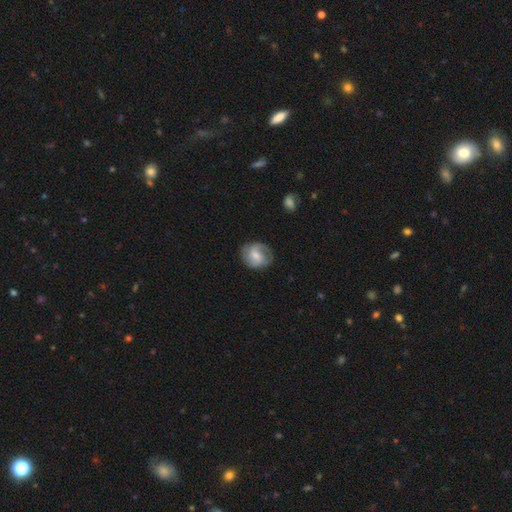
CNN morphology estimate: A featured or disk galaxy (47%, tied with smooth).

Vote fractions:
- Smooth or featured? featured or disk: 47% (tied) / smooth: 47% (tied) / star or artifact: 7%
- Merging? none: 70% / minor disturbance: 21% / major disturbance: 8% / merger: 1%